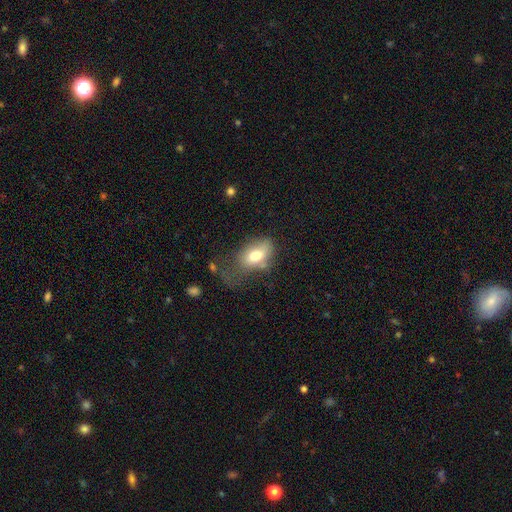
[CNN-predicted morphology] This is likely a smooth galaxy (73%). How rounded: clearly in between (88%). Merging: marginally none (33%).